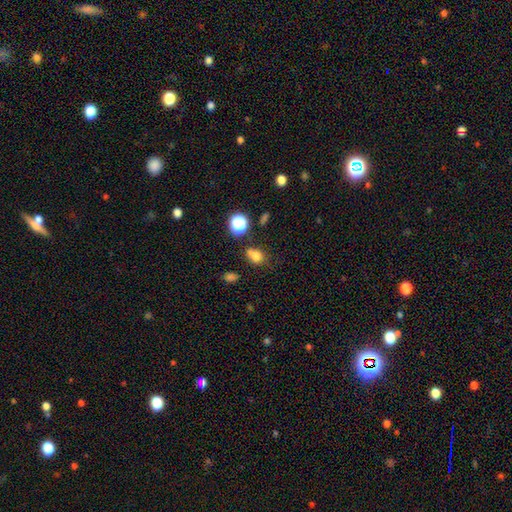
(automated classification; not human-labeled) Smooth or featured? smooth (75%)
How rounded? round (62%)
Merging? none (59%)